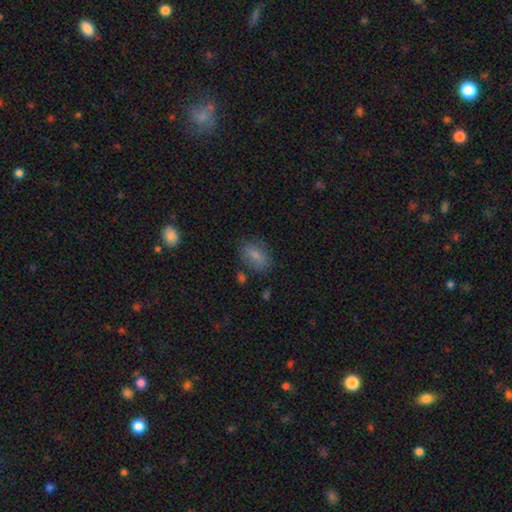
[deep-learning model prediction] This is likely a smooth galaxy (79%). How rounded: clearly in between (86%). Merging: likely none (75%).